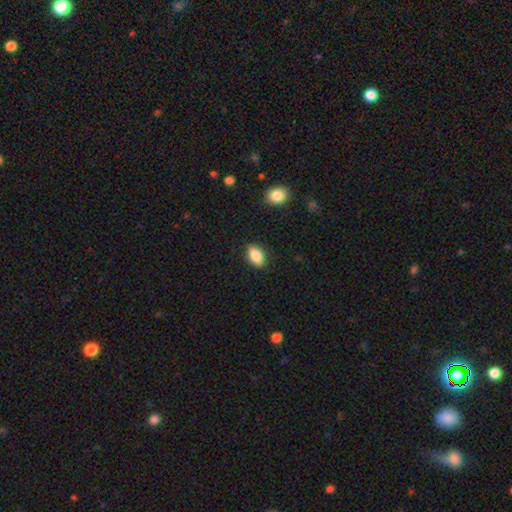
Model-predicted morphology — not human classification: This is clearly a smooth galaxy (80%). How rounded: clearly in between (86%). Merging: clearly none (87%).